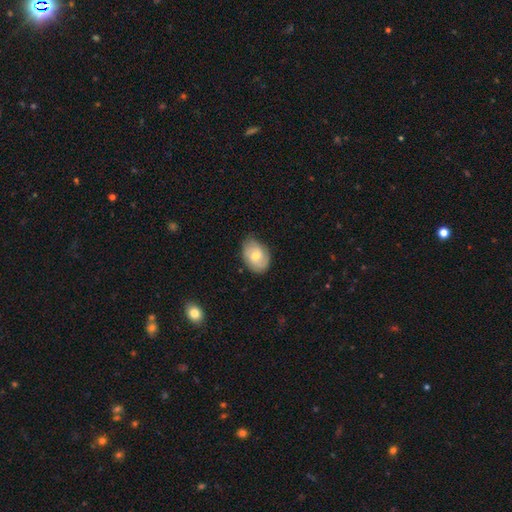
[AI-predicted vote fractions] Smooth or featured? Predicted: smooth (p=0.59). How rounded? Predicted: in between (p=0.77). Merging? Predicted: none (p=0.75).